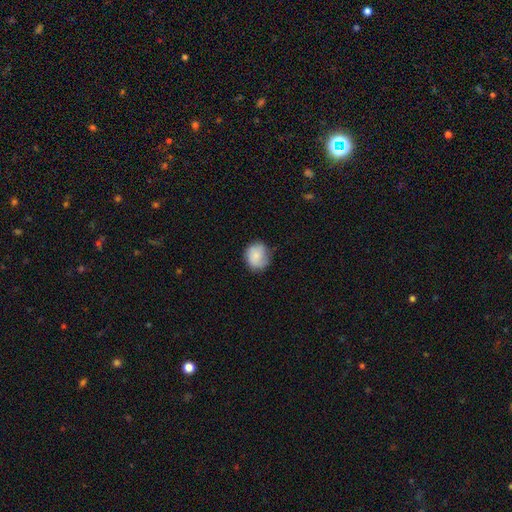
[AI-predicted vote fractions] This is likely a smooth galaxy (78%). How rounded: likely round (71%). Merging: likely none (64%).